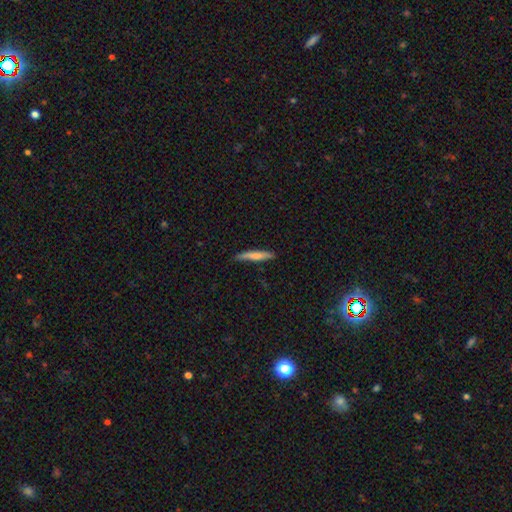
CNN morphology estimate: Overall: smooth (67%; featured or disk 27%). How rounded: cigar-shaped (92%). Merging: none (78%).